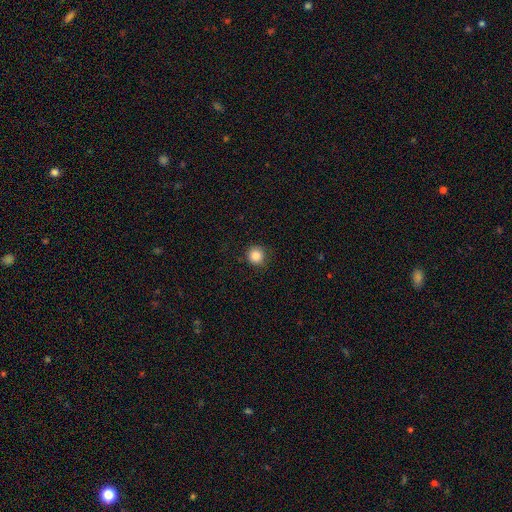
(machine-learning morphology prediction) The model was most divided on "smooth or featured": smooth: 85%, star or artifact: 11%, featured or disk: 4%. More confident: how rounded — round (94%); merging — none (87%).